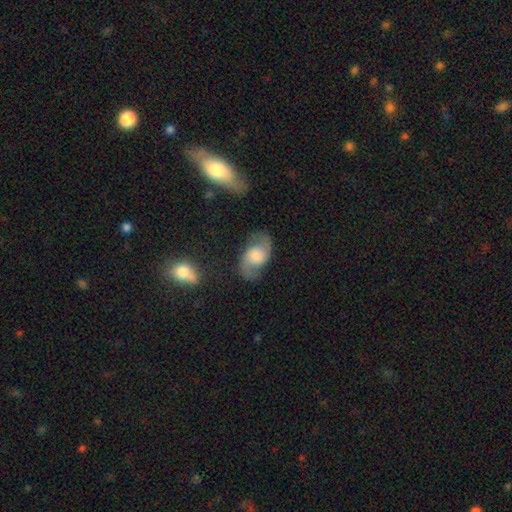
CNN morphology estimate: This is likely a featured or disk galaxy (73%). It is clearly not viewed edge-on (96%). Bar: possibly no (59%). Spiral arm pattern: clearly yes (92%). Spiral arm count: clearly 2 (92%). Spiral winding: possibly medium (46%). Central bulge: marginally large (34%). Merging: likely none (73%).